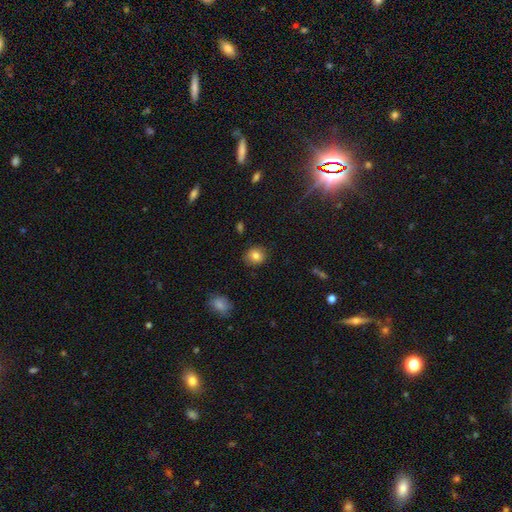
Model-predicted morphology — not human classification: Smooth or featured?
  - smooth: 82% *
  - star or artifact: 10%
  - featured or disk: 8%
How rounded?
  - round: 79% *
  - in between: 20%
  - cigar-shaped: 1%
Merging?
  - none: 88% *
  - minor disturbance: 9%
  - major disturbance: 2%
  - merger: 1%